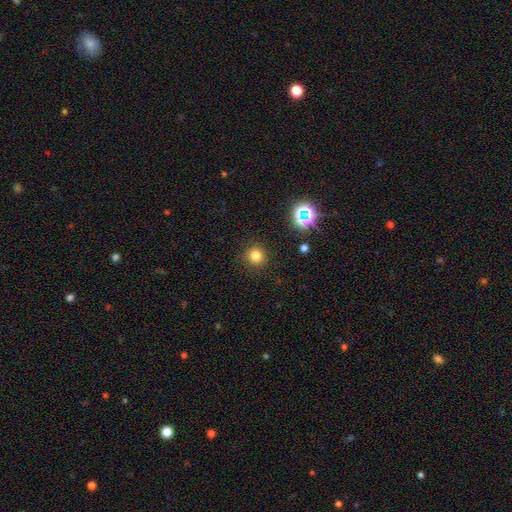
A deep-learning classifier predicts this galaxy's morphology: smooth-or-featured: smooth: 78% | star or artifact: 17% | featured or disk: 6%
  how-rounded: round: 93% | in between: 6% | cigar-shaped: 1%
  merging: none: 90% | minor disturbance: 6% | major disturbance: 3% | merger: 1%